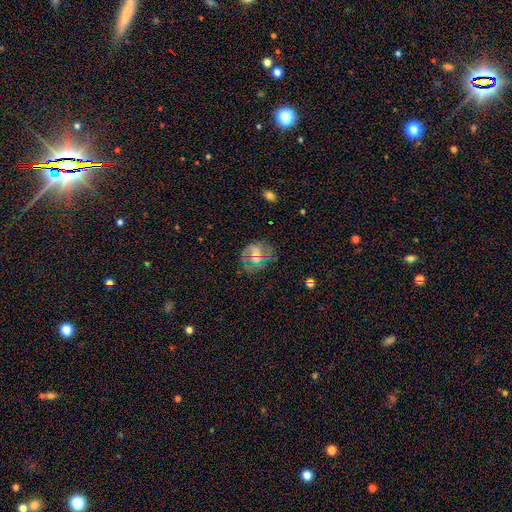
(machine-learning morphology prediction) smooth-or-featured: featured or disk: 55% | smooth: 33% | star or artifact: 12%
  disk-edge-on: no: 97% | yes: 3%
    bar: weak: 40% | no: 38% | strong: 22%
    has-spiral-arms: yes: 51% | no: 49%
    bulge-size: none: 38% | small: 31% | moderate: 25% | large: 5% | dominant: 1%
  merging: none: 51% | major disturbance: 24% | minor disturbance: 21% | merger: 3%